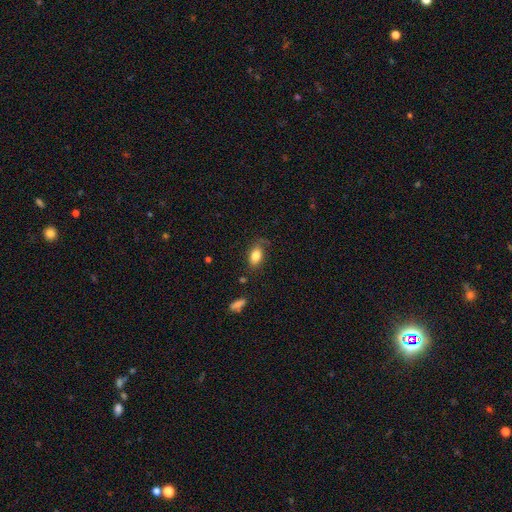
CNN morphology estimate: Smooth or featured? smooth (82%)
How rounded? in between (89%)
Merging? none (69%)